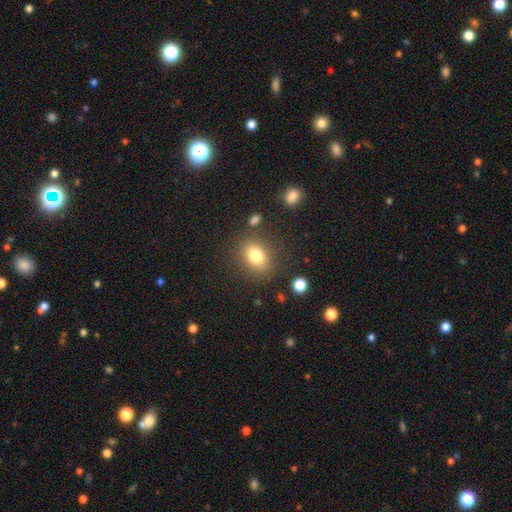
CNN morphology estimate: Overall: smooth (79%). How rounded: in between (63%; round 36%). Merging: none (80%).